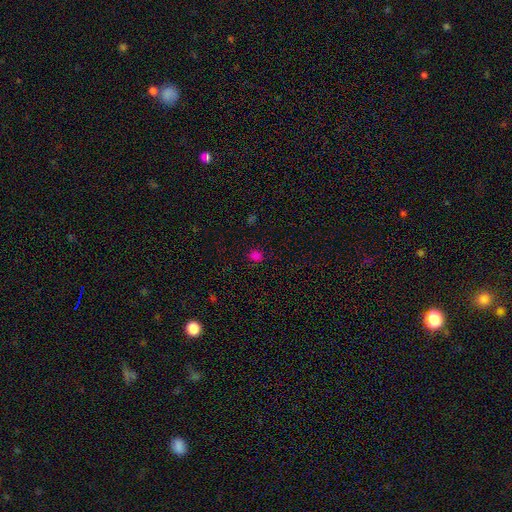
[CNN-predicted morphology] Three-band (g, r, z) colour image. It shows a smooth galaxy with no disk features (74%) that is round (58%). Merging: none (86%).